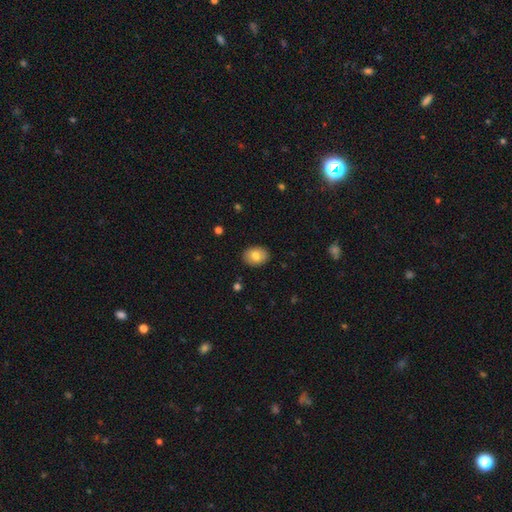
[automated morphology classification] Smooth or featured: smooth — 79% (featured or disk — 13%)
How rounded: in between — 65% (round — 34%)
Merging: none — 89% (minor disturbance — 8%)